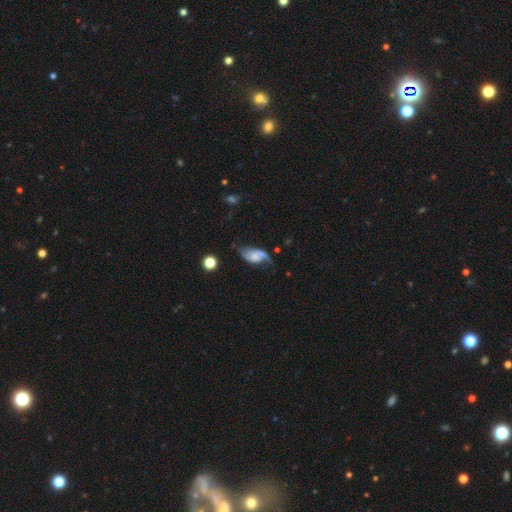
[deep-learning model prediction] A featured or disk galaxy (68%) with no bar (59%), 2 (82%) loose (66%) spiral arms (90%) and a small central bulge (36%).

Vote fractions:
- Smooth or featured? featured or disk: 68% / smooth: 24% / star or artifact: 8%
- Edge-on disk? no: 95% / yes: 5%
- Bar? no: 59% / weak: 33% / strong: 8%
- Spiral arms? yes: 90% / no: 10%
- Spiral winding? loose: 66% / medium: 25% / tight: 8%
- Spiral arm count? 2: 82% / 1: 10% / can't tell: 5% / 3: 1% / 4: 1% / more than 4: 1%
- Bulge size? small: 36% / none: 31% / moderate: 23% / large: 7% / dominant: 3%
- Merging? none: 47% / minor disturbance: 27% / major disturbance: 21% / merger: 5%